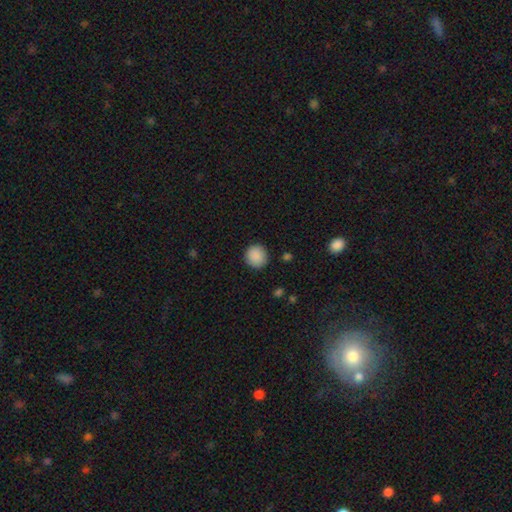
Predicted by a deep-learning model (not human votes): Morphology: type=smooth (89%); roundness=round (91%); merging=none (89%).